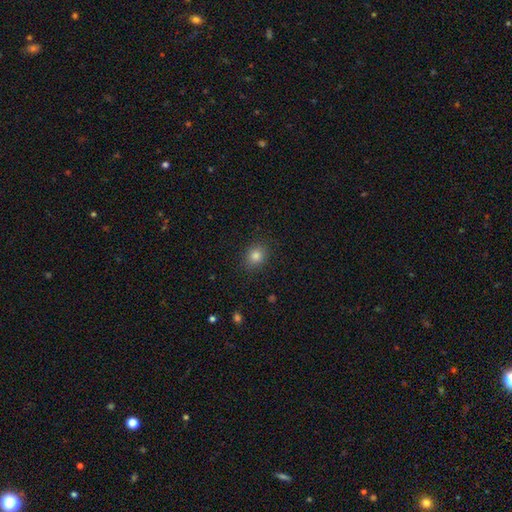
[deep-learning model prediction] smooth_or_featured: smooth (p=0.81) [alt: star or artifact p=0.12]
how_rounded: round (p=0.68) [alt: in between p=0.31]
merging: none (p=0.88) [alt: minor disturbance p=0.08]